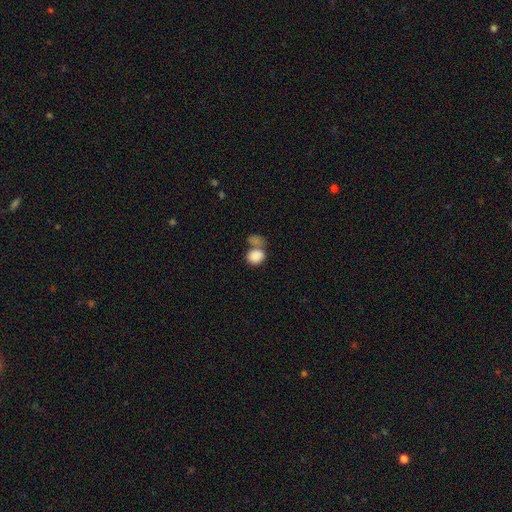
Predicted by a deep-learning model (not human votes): Smooth or featured? Predicted: smooth (p=0.86). How rounded? Predicted: round (p=0.61). Merging? Predicted: merger (p=0.43).